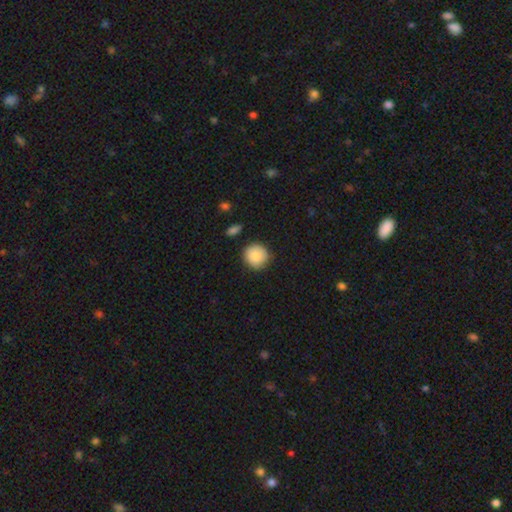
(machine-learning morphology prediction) Smooth or featured?
  - smooth: 88% *
  - star or artifact: 7%
  - featured or disk: 5%
How rounded?
  - round: 93% *
  - in between: 6%
  - cigar-shaped: 1%
Merging?
  - none: 88% *
  - minor disturbance: 8%
  - major disturbance: 2%
  - merger: 2%